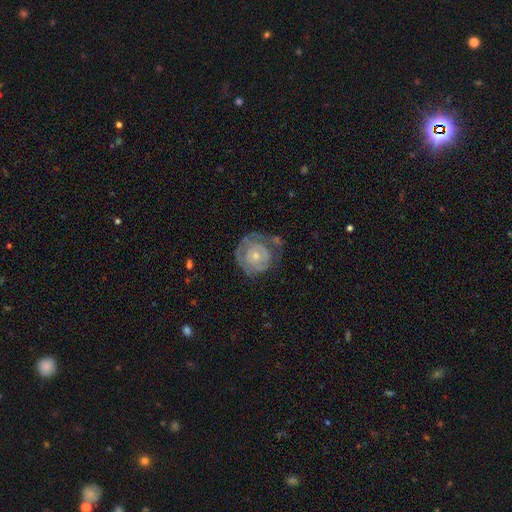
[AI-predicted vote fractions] The model was most divided on "merging": none: 52%, minor disturbance: 26%, major disturbance: 19%, merger: 3%. More confident: edge-on disk — no (98%); bar — no (83%); spiral arms — yes (68%); smooth or featured — featured or disk (67%); bulge size — small (63%).